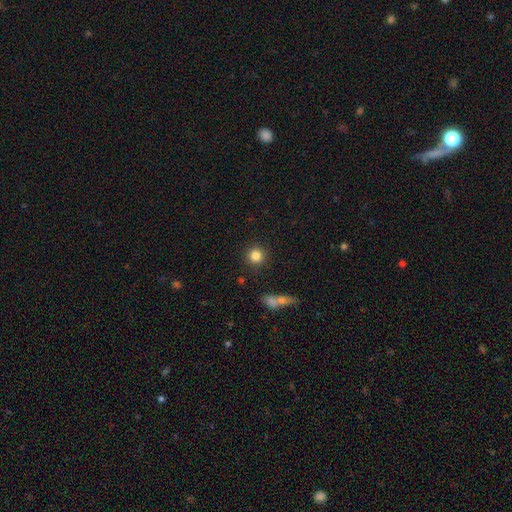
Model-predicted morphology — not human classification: A smooth galaxy with no disk features (83%) that is round (93%). Merging: none (89%).